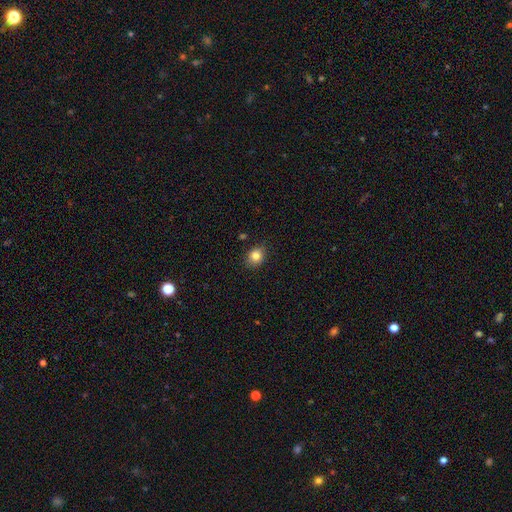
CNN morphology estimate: Smooth or featured? Predicted: smooth (p=0.83). How rounded? Predicted: round (p=0.63). Merging? Predicted: none (p=0.85).